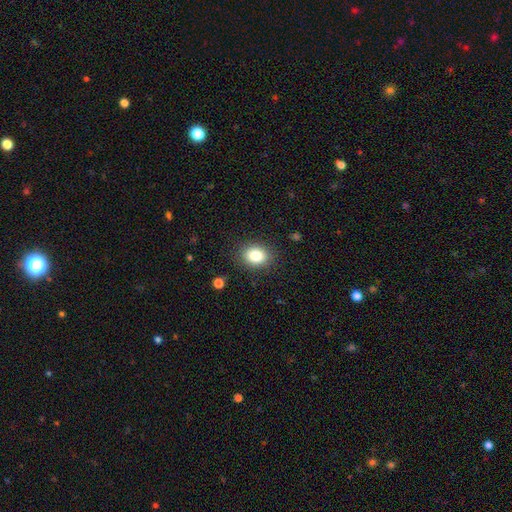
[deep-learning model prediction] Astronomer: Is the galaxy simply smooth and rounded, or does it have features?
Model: smooth — 84%.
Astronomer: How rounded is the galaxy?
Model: in between — 54% (runner-up: round, 45%).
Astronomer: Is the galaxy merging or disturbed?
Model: none — 86%.